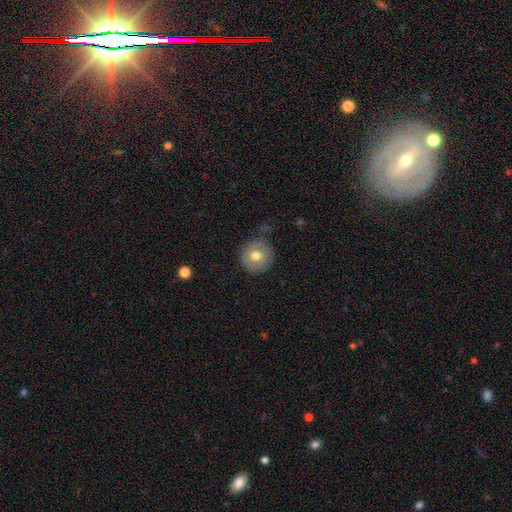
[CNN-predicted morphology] Smooth or featured? smooth (71%)
How rounded? round (94%)
Merging? none (84%)